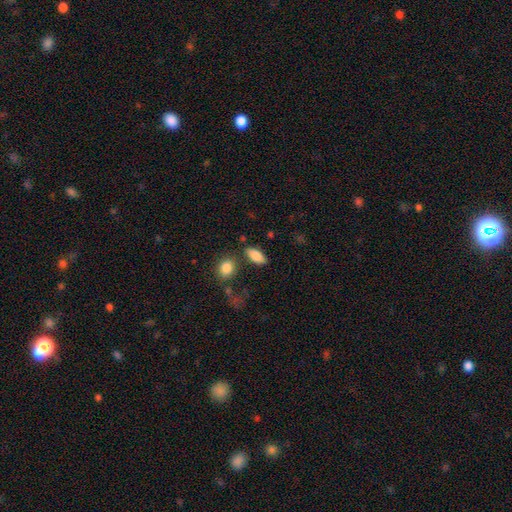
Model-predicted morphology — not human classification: type=smooth (85%); roundness=in between (86%); merging=none (77%).